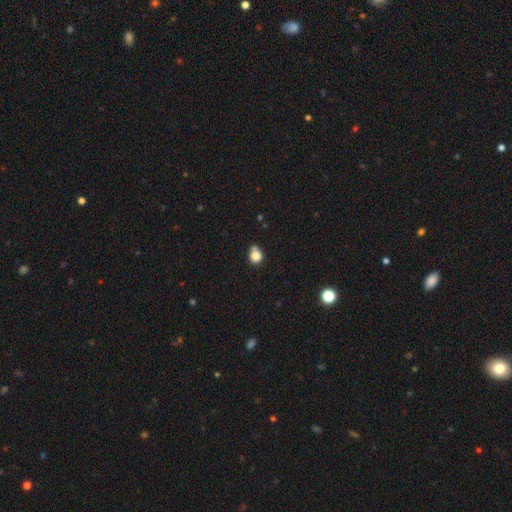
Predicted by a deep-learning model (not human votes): Overall: smooth (82%). How rounded: round (78%). Merging: none (56%; minor disturbance 21%).